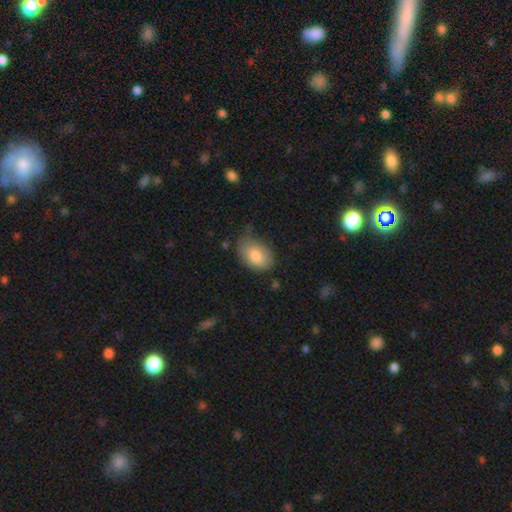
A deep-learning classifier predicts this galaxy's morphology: smooth_or_featured: smooth (p=0.81) [alt: featured or disk p=0.11]
how_rounded: in between (p=0.85) [alt: round p=0.14]
merging: none (p=0.57) [alt: minor disturbance p=0.32]